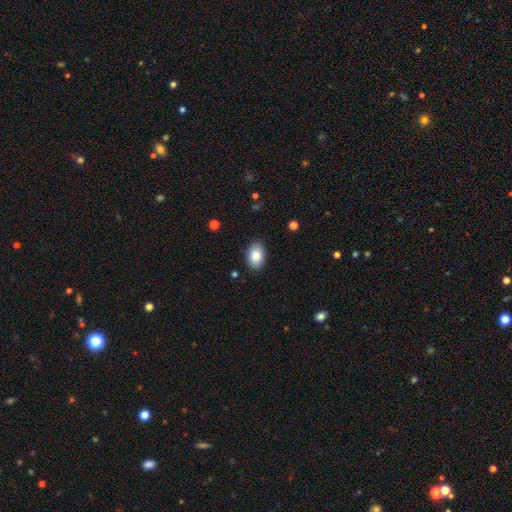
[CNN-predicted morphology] Smooth or featured? Predicted: smooth (p=0.83). How rounded? Predicted: in between (p=0.88). Merging? Predicted: none (p=0.88).